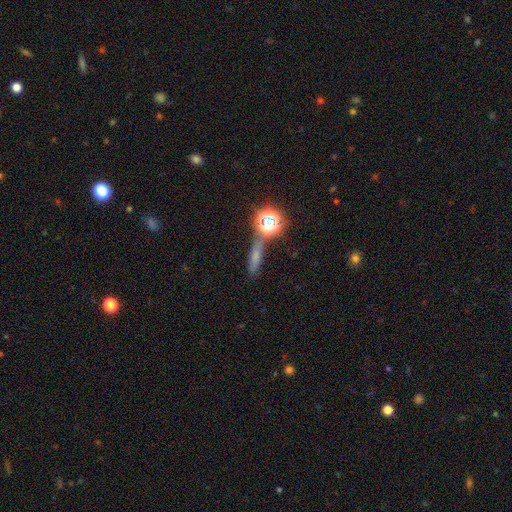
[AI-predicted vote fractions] Smooth or featured: smooth — 51% (star or artifact — 29%)
How rounded: cigar-shaped — 62% (in between — 22%)
Merging: none — 63% (minor disturbance — 15%)